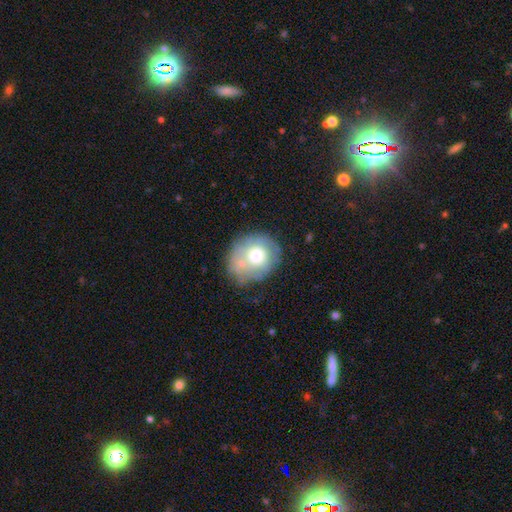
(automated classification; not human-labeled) smooth_or_featured: smooth (p=0.58) [alt: featured or disk p=0.33]
how_rounded: round (p=0.76) [alt: in between p=0.23]
merging: none (p=0.56) [alt: minor disturbance p=0.25]